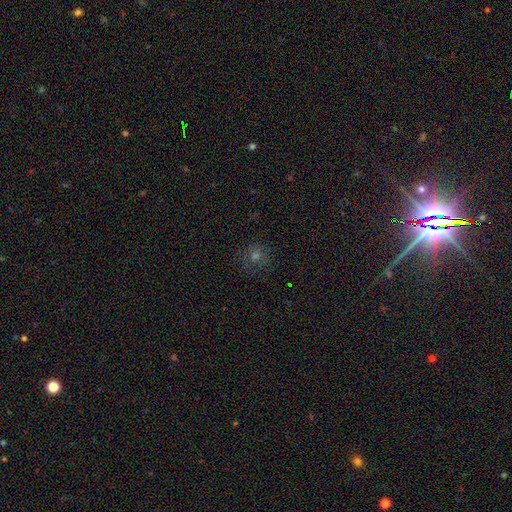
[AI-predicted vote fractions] Q: Smooth or featured?
A: smooth (56%); runner-up: star or artifact (31%)
Q: How rounded?
A: round (91%); runner-up: in between (8%)
Q: Merging?
A: none (85%); runner-up: minor disturbance (10%)